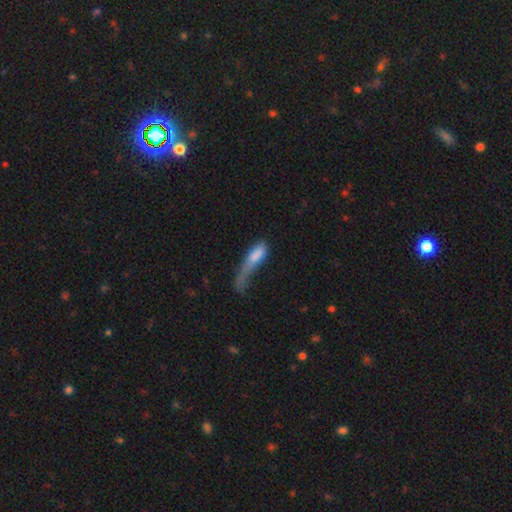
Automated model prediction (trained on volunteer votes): A smooth galaxy with no disk features (74%) that is cigar-shaped (52%). Merging: major disturbance (53%).